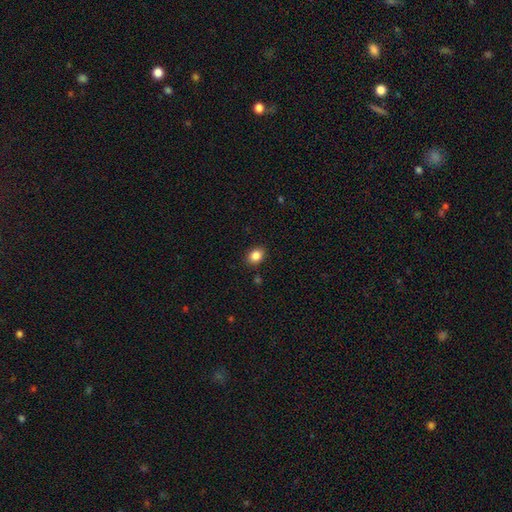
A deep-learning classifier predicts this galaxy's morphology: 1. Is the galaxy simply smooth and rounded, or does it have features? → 86% smooth, 10% star or artifact, 4% featured or disk.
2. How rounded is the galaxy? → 58% in between, 41% round, 1% cigar-shaped.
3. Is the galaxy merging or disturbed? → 88% none, 9% minor disturbance, 2% major disturbance, 1% merger.